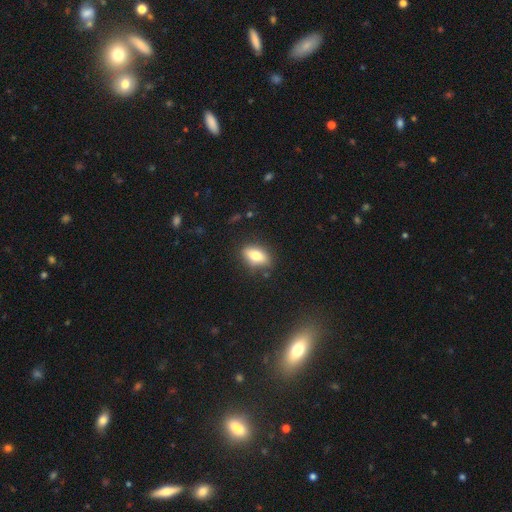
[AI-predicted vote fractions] Smooth or featured? Predicted: smooth (p=0.74). How rounded? Predicted: in between (p=0.82). Merging? Predicted: none (p=0.81).